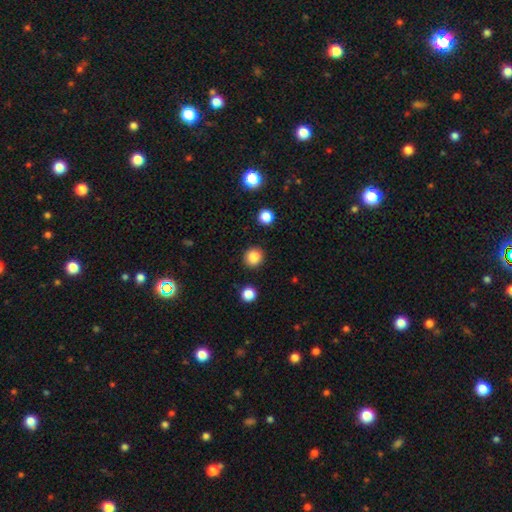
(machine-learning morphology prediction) A smooth galaxy with no disk features (86%) that is round (91%). Merging: none (90%).